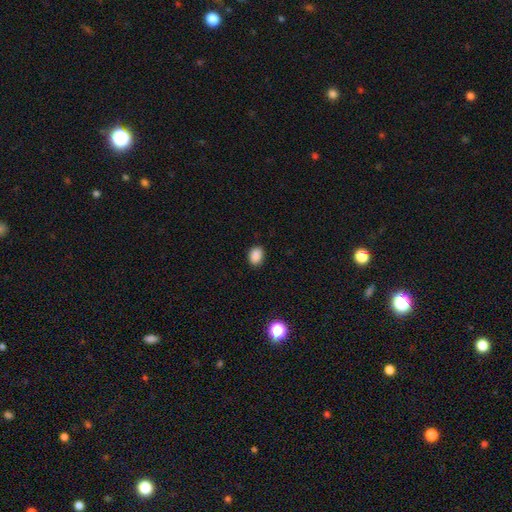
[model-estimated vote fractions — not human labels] Morphology: type=smooth (88%); roundness=in between (65%); merging=none (88%).